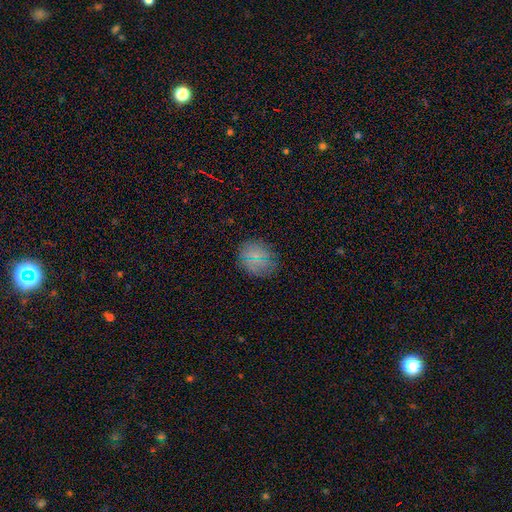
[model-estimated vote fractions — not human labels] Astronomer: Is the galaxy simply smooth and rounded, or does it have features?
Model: smooth — 63%.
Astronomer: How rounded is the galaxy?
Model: round — 74%.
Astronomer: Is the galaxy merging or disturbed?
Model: none — 84%.